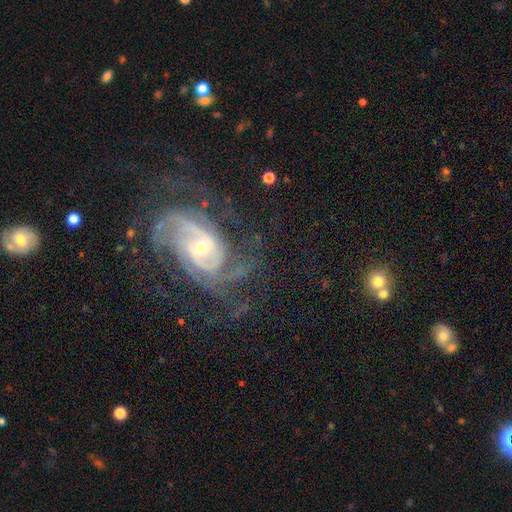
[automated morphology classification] This appears to be a featured or disk galaxy (87%) with no bar (57%), 2 (31%) tight (55%) spiral arms (97%) and a small central bulge (48%). Merging: none (68%).